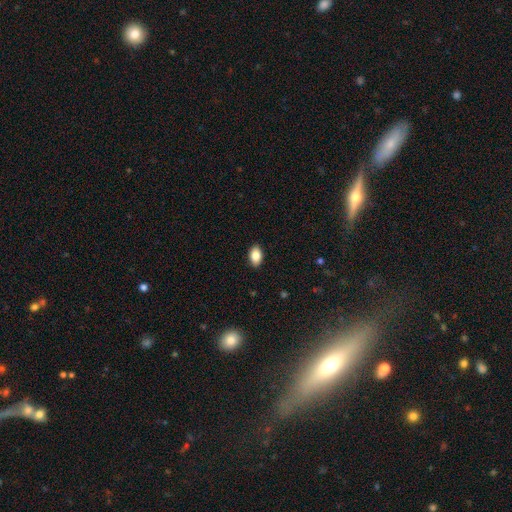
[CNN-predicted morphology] smooth-or-featured: smooth: 85% | star or artifact: 7% | featured or disk: 7%
  how-rounded: in between: 90% | round: 8% | cigar-shaped: 2%
  merging: none: 89% | minor disturbance: 8% | major disturbance: 2% | merger: 1%